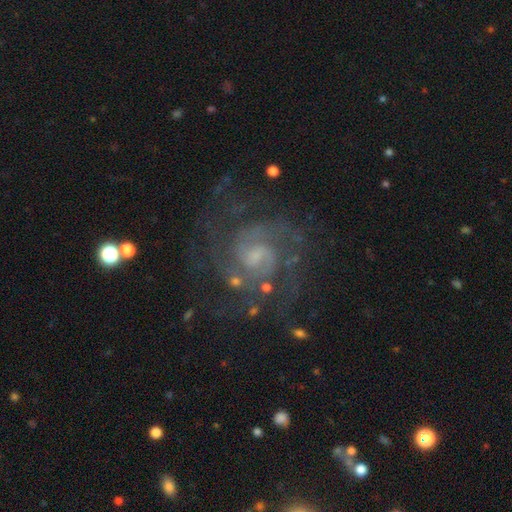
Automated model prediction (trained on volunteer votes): This is clearly a featured or disk galaxy (87%). It is clearly not viewed edge-on (98%). Bar: possibly weak (50%). Spiral arm pattern: clearly yes (97%). Spiral arm count: possibly 2 (55%). Spiral winding: possibly tight (48%). Central bulge: possibly small (54%). Merging: likely none (72%).